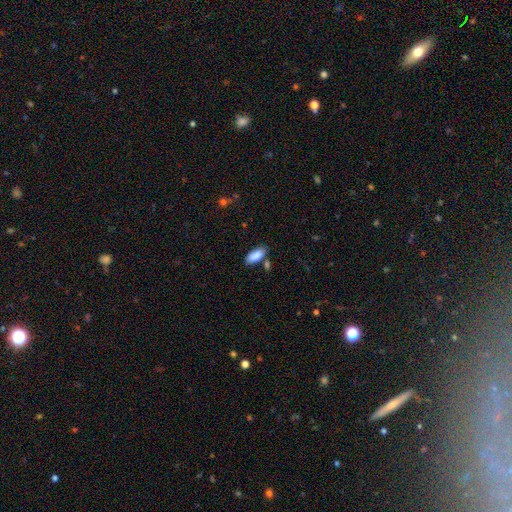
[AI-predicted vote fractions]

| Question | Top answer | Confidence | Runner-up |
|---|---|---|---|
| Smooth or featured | smooth | 88% | star or artifact (6%) |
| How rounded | in between | 88% | cigar-shaped (10%) |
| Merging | none | 75% | minor disturbance (13%) |